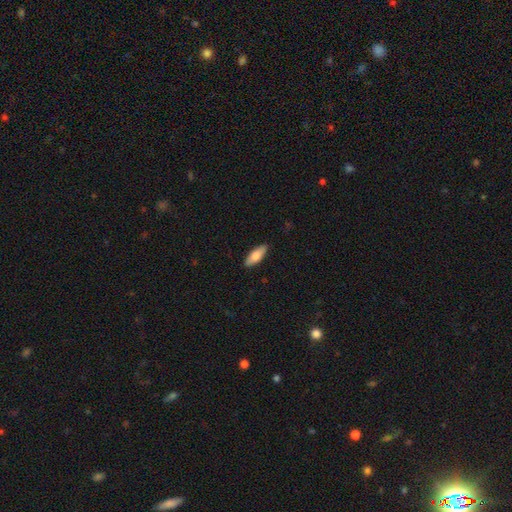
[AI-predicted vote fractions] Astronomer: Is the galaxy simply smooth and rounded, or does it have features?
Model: smooth — 76%.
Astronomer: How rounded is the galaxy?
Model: in between — 65%.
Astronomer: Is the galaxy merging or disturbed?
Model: none — 88%.